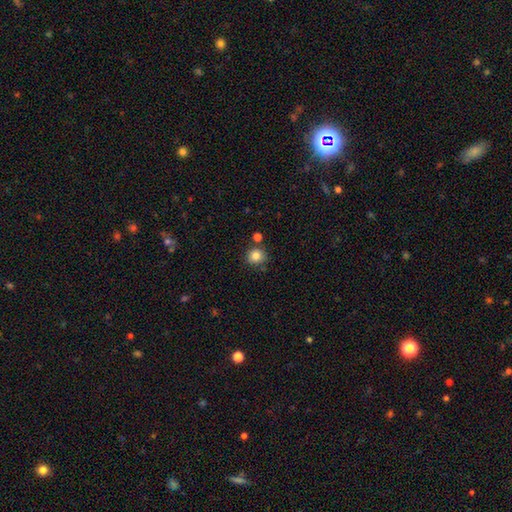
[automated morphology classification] Smooth or featured: smooth — 84% (star or artifact — 11%)
How rounded: round — 89% (in between — 10%)
Merging: none — 77% (minor disturbance — 11%)